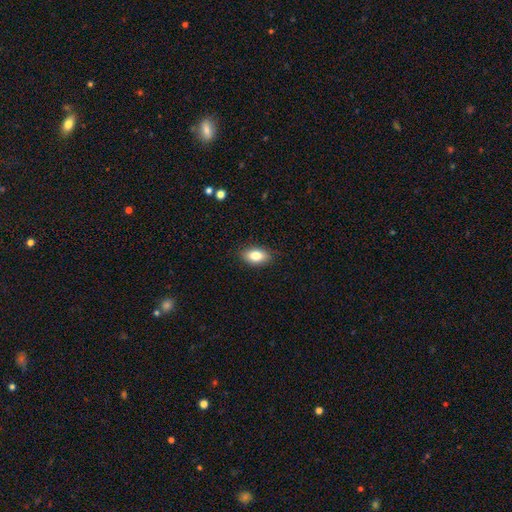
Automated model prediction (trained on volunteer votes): Morphology: type=smooth (82%); roundness=in between (89%); merging=none (87%).